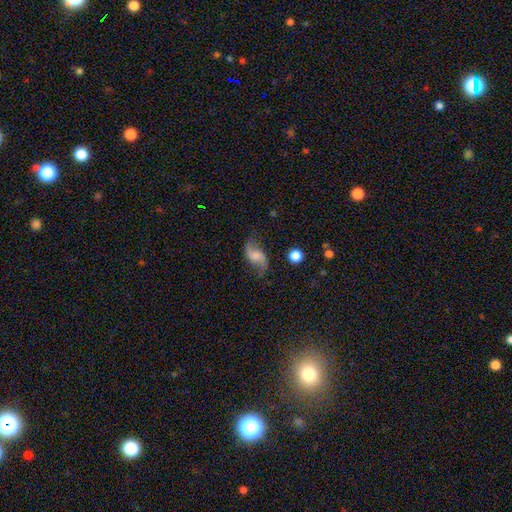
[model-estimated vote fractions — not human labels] Smooth or featured: featured or disk — 70% (smooth — 21%)
Edge-on disk: no — 96% (yes — 4%)
Bar: no — 51% (weak — 38%)
Spiral arms: yes — 94% (no — 6%)
Spiral winding: loose — 82% (medium — 15%)
Spiral arm count: 2 — 92% (1 — 3%)
Bulge size: none — 31% (moderate — 27%)
Merging: none — 71% (minor disturbance — 18%)